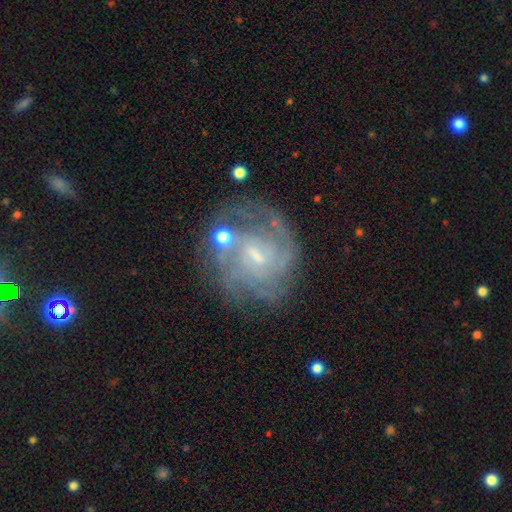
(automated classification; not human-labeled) Morphology: type=featured or disk (80%); edge-on=no (98%); bar=weak (56%); spiral arms=yes (91%); winding=tight (61%); arm count=can't tell (42%); bulge=small (61%); merging=none (66%).